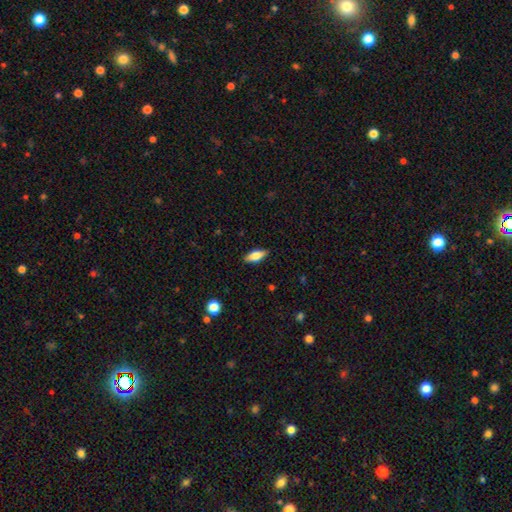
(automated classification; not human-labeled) Morphology: type=smooth (67%); roundness=in between (73%); merging=none (87%).